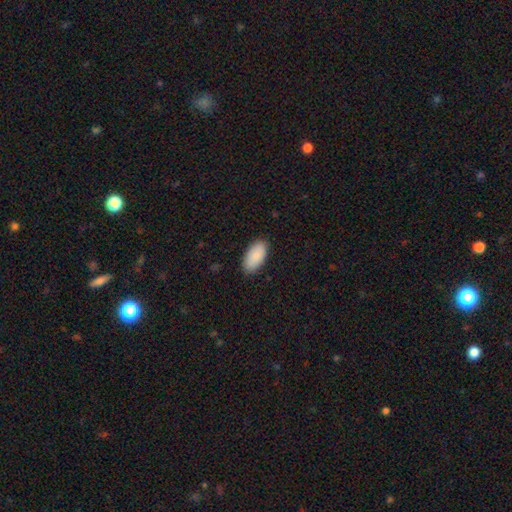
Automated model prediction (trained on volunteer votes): Q: Smooth or featured?
A: smooth (88%); runner-up: star or artifact (6%)
Q: How rounded?
A: in between (95%); runner-up: cigar-shaped (3%)
Q: Merging?
A: none (86%); runner-up: minor disturbance (11%)